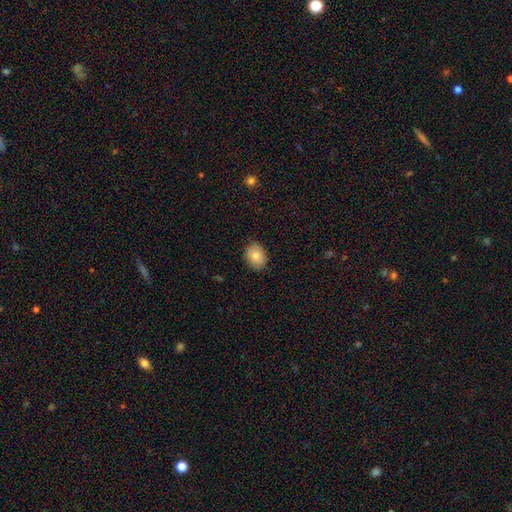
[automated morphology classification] Smooth or featured?
  - smooth: 81% *
  - featured or disk: 11%
  - star or artifact: 8%
How rounded?
  - in between: 66% *
  - round: 33%
  - cigar-shaped: 1%
Merging?
  - none: 85% *
  - minor disturbance: 12%
  - major disturbance: 2%
  - merger: 1%